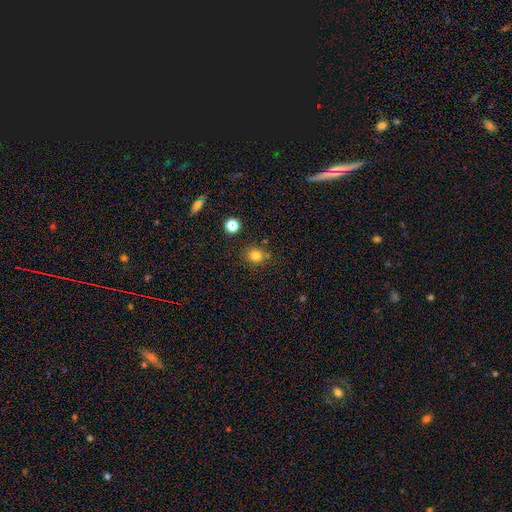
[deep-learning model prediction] This appears to be a smooth galaxy with no disk features (80%) that is round (80%). Merging: none (78%).